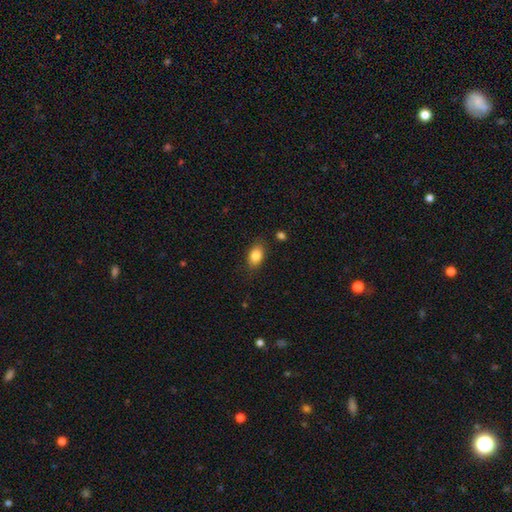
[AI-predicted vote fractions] A smooth galaxy with no disk features (84%) that is in between round and cigar-shaped (86%).

Vote fractions:
- Smooth or featured? smooth: 84% / star or artifact: 8% / featured or disk: 8%
- How rounded? in between: 86% / round: 12% / cigar-shaped: 3%
- Merging? none: 83% / minor disturbance: 12% / major disturbance: 3% / merger: 2%